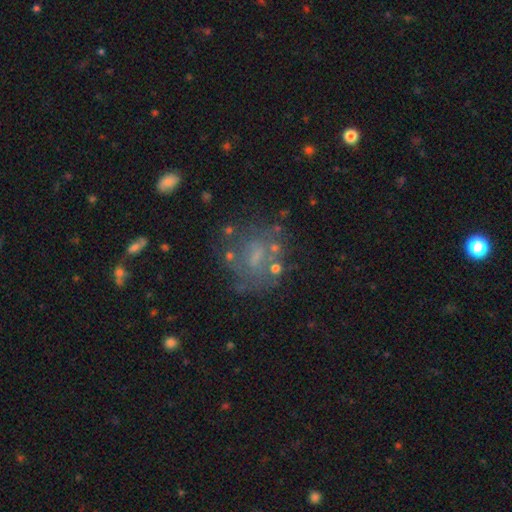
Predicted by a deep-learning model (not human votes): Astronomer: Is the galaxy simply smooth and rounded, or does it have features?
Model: featured or disk — 47% (runner-up: smooth, 34%).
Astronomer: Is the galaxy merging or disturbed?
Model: none — 58%.